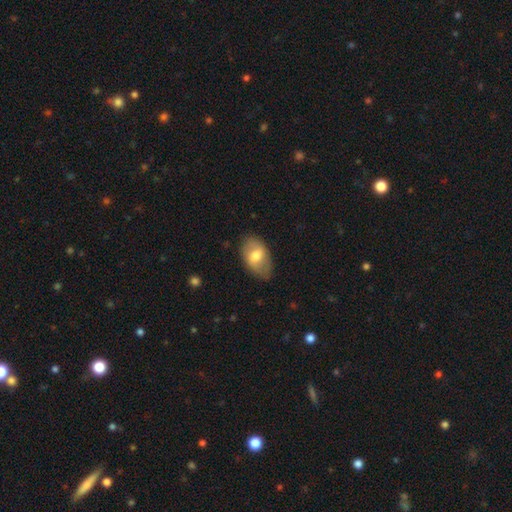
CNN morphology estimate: smooth 64%, featured or disk 30%, star or artifact 6%. Down the decision tree: how rounded — in between (91%); merging — none (78%).